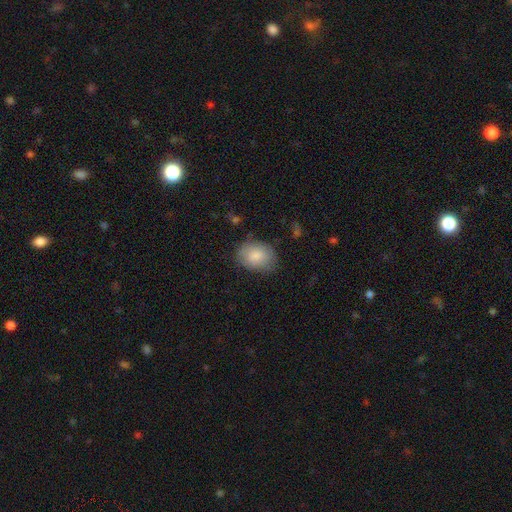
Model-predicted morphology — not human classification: A smooth galaxy with no disk features (84%) that is in between round and cigar-shaped (70%). Merging: none (75%).